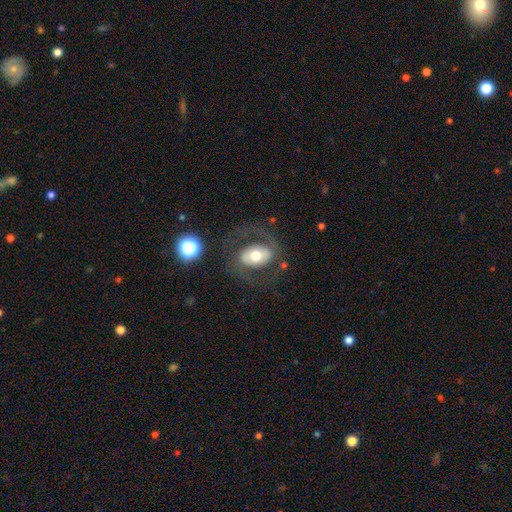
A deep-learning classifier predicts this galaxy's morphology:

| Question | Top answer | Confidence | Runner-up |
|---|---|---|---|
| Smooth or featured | featured or disk | 57% | smooth (35%) |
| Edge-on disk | no | 95% | yes (5%) |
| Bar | no | 55% | weak (26%) |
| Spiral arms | yes | 56% | no (44%) |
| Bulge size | moderate | 66% | large (22%) |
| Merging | none | 67% | major disturbance (17%) |